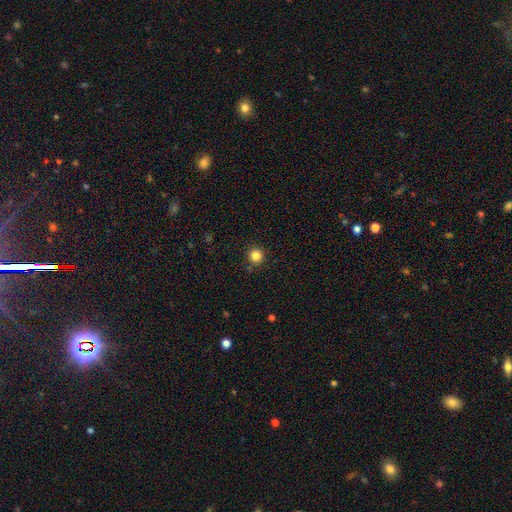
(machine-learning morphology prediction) This is clearly a smooth galaxy (84%). How rounded: clearly round (94%). Merging: clearly none (90%).